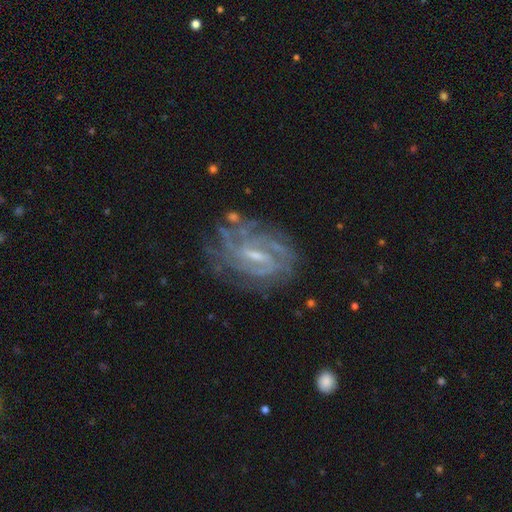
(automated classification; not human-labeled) smooth_or_featured: featured or disk (p=0.87) [alt: star or artifact p=0.07]
disk_edge_on: no (p=0.97) [alt: yes p=0.03]
bar: weak (p=0.53) [alt: strong p=0.32]
has_spiral_arms: yes (p=0.94) [alt: no p=0.06]
spiral_winding: tight (p=0.60) [alt: medium p=0.32]
spiral_arm_count: can't tell (p=0.33) [alt: 2 p=0.21]
bulge_size: small (p=0.55) [alt: moderate p=0.31]
merging: none (p=0.69) [alt: minor disturbance p=0.18]